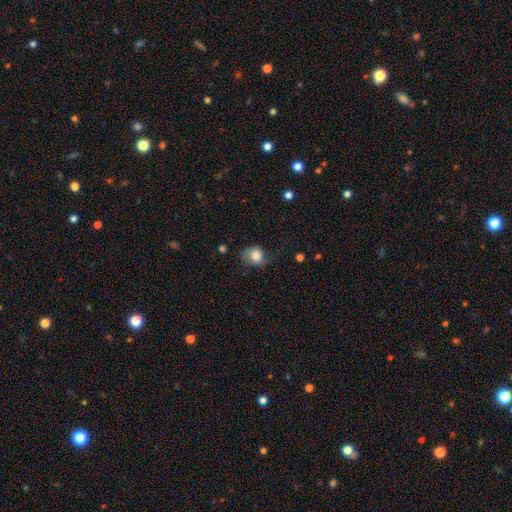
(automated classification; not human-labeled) smooth_or_featured: smooth (p=0.78) [alt: featured or disk p=0.13]
how_rounded: round (p=0.60) [alt: in between p=0.39]
merging: none (p=0.50) [alt: minor disturbance p=0.32]